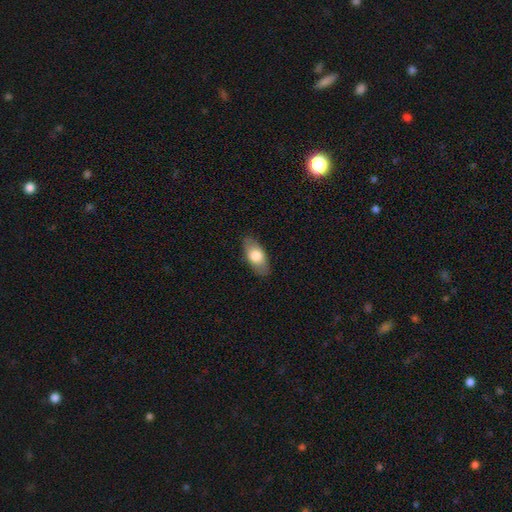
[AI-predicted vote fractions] Morphology: type=smooth (70%); roundness=in between (90%); merging=none (84%).